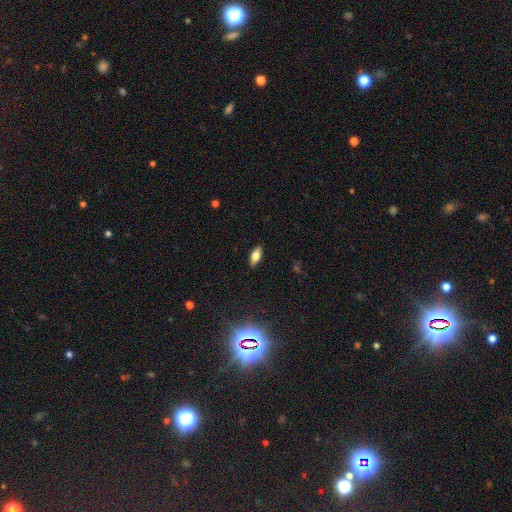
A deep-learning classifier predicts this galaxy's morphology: Smooth or featured: smooth — 64% (featured or disk — 26%)
How rounded: in between — 79% (cigar-shaped — 18%)
Merging: none — 88% (minor disturbance — 9%)